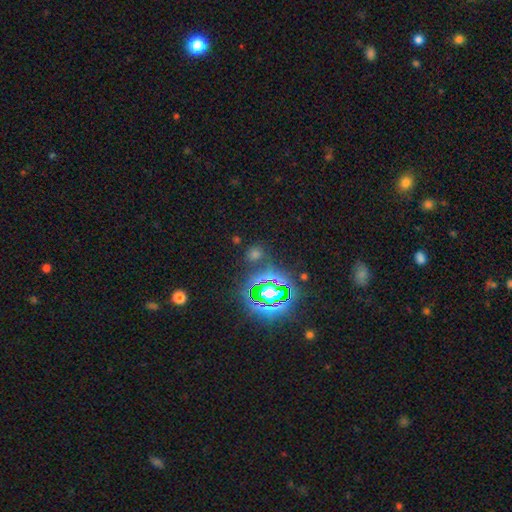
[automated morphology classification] Smooth or featured?
  - star or artifact: 63% *
  - smooth: 28%
  - featured or disk: 9%